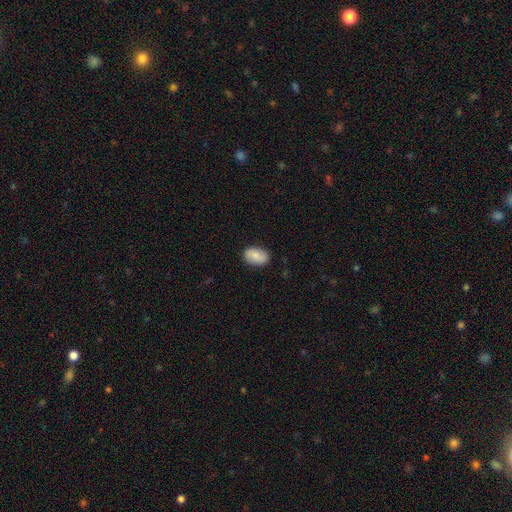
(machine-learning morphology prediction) smooth_or_featured: smooth (p=0.79) [alt: featured or disk p=0.14]
how_rounded: in between (p=0.86) [alt: round p=0.12]
merging: none (p=0.85) [alt: minor disturbance p=0.12]